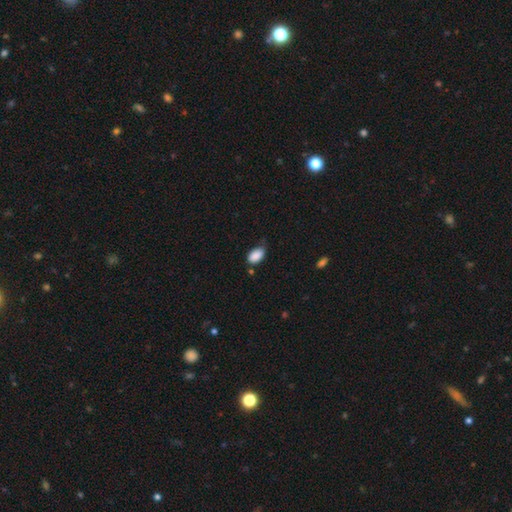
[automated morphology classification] A smooth galaxy with no disk features (88%) that is in between round and cigar-shaped (92%).

Vote fractions:
- Smooth or featured? smooth: 88% / star or artifact: 8% / featured or disk: 4%
- How rounded? in between: 92% / round: 7% / cigar-shaped: 2%
- Merging? none: 60% / minor disturbance: 31% / major disturbance: 6% / merger: 3%